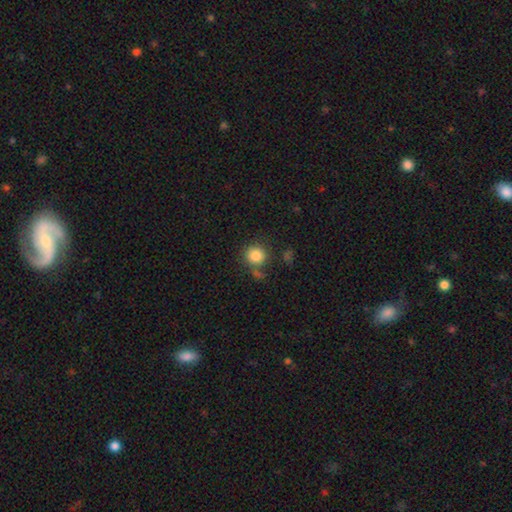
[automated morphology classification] smooth 84%, star or artifact 10%, featured or disk 6%. Down the decision tree: how rounded — round (89%); merging — none (69%).